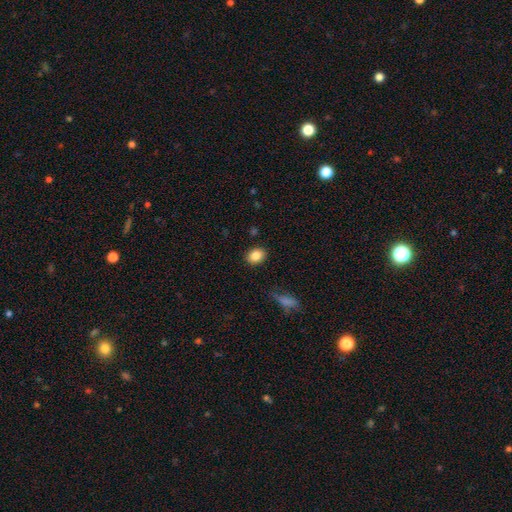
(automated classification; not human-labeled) This is clearly a smooth galaxy (85%). How rounded: possibly in between (53%). Merging: clearly none (87%).